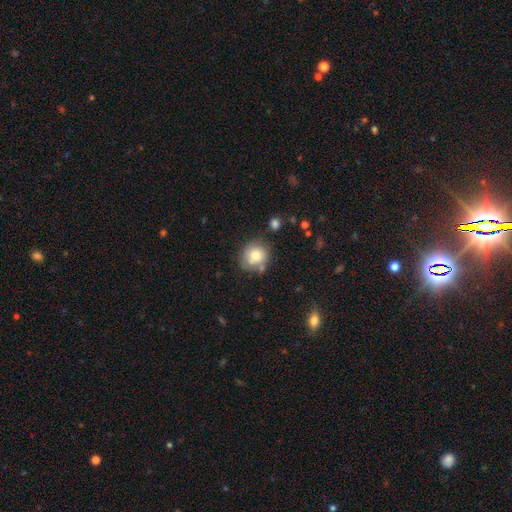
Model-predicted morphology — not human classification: This appears to be a smooth galaxy with no disk features (75%) that is round (82%). Merging: none (69%).